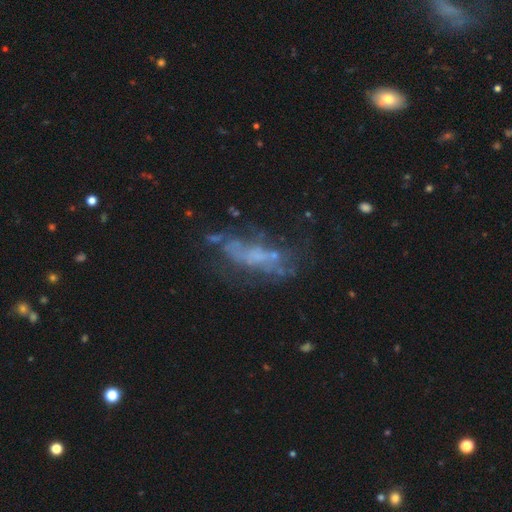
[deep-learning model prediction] This is likely a featured or disk galaxy (60%). It is clearly not viewed edge-on (88%). Bar: likely no (78%). Spiral arm pattern: likely no (73%). Central bulge: possibly none (60%). Merging: marginally none (43%).